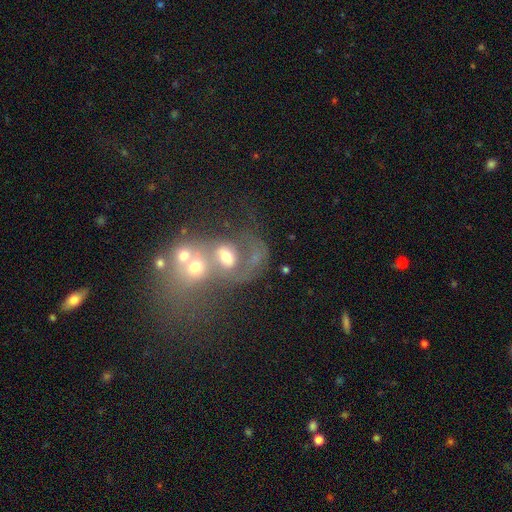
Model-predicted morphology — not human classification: This is possibly a featured or disk galaxy (48%). Merging: likely merger (65%).